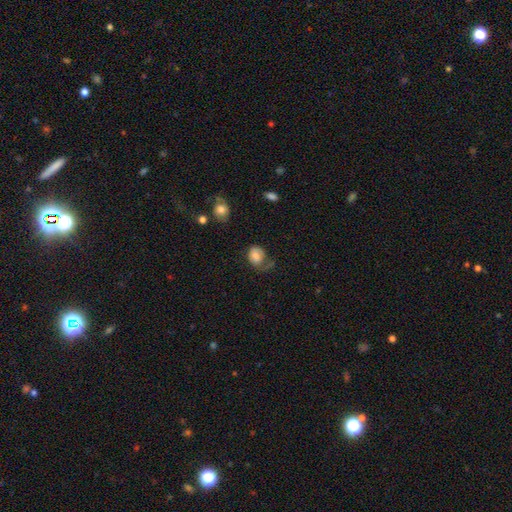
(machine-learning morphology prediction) smooth_or_featured: smooth (p=0.75) [alt: featured or disk p=0.17]
how_rounded: in between (p=0.52) [alt: round p=0.47]
merging: none (p=0.39) [alt: major disturbance p=0.28]